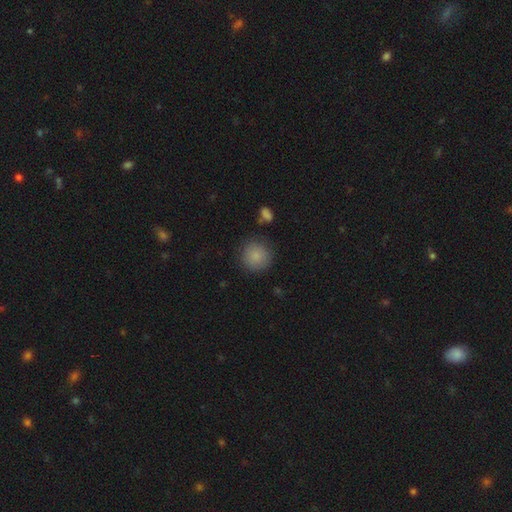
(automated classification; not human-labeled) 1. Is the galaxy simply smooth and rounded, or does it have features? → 87% smooth, 8% star or artifact, 5% featured or disk.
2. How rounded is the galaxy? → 94% round, 5% in between, 1% cigar-shaped.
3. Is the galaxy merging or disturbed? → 84% none, 10% minor disturbance, 3% major disturbance, 2% merger.